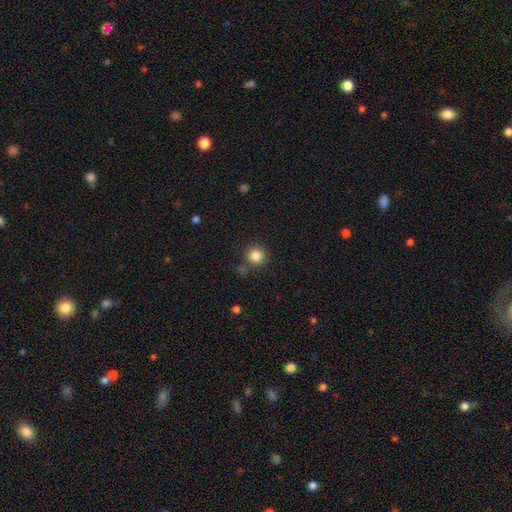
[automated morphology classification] This appears to be a smooth galaxy with no disk features (84%) that is round (94%). Merging: none (84%).